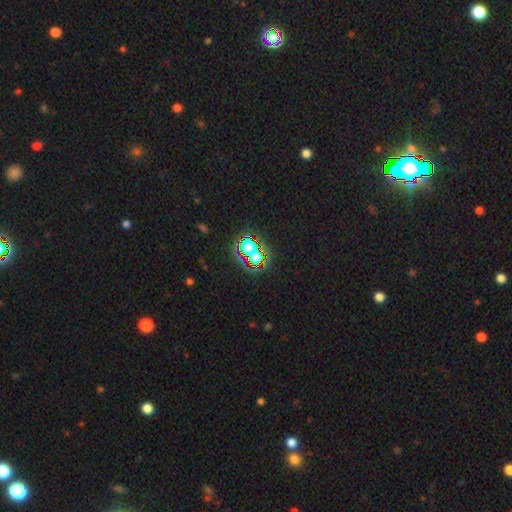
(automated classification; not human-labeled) Smooth or featured?
  - star or artifact: 57% *
  - smooth: 29%
  - featured or disk: 15%